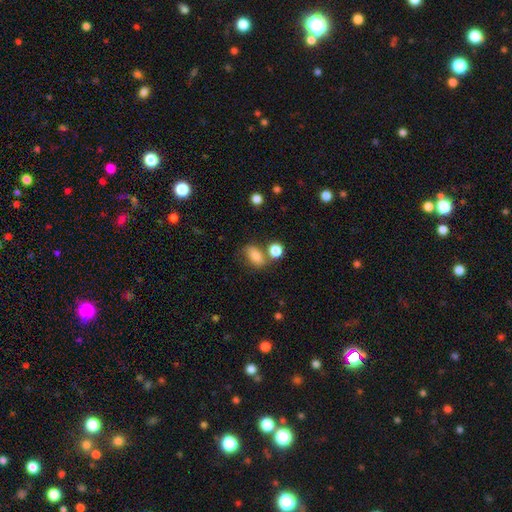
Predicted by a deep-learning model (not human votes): A smooth galaxy with no disk features (81%) that is in between round and cigar-shaped (82%).

Vote fractions:
- Smooth or featured? smooth: 81% / star or artifact: 10% / featured or disk: 9%
- How rounded? in between: 82% / round: 15% / cigar-shaped: 3%
- Merging? none: 56% / merger: 22% / minor disturbance: 16% / major disturbance: 6%